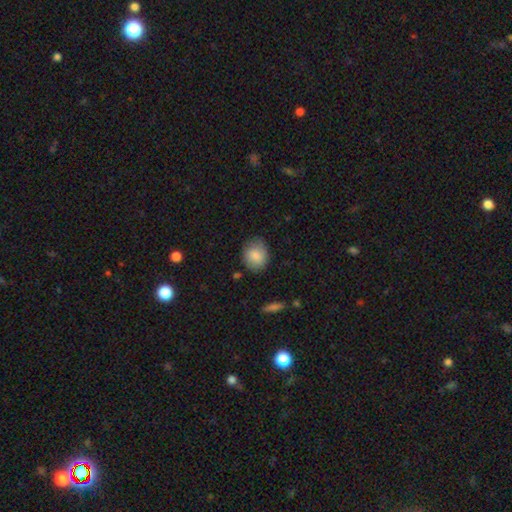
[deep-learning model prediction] Overall: smooth (83%). How rounded: round (62%; in between 37%). Merging: none (78%).